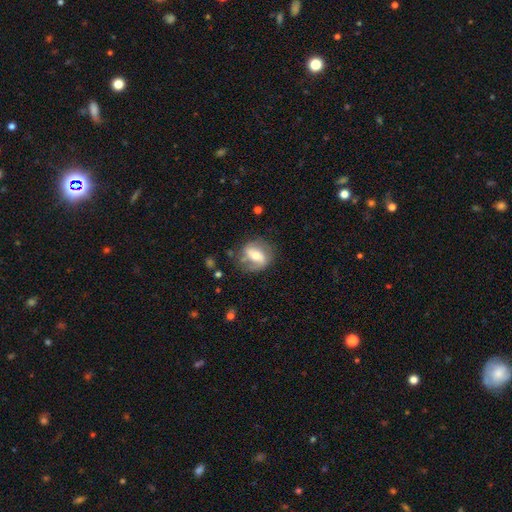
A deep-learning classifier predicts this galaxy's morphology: Smooth or featured? featured or disk (58%)
Edge-on disk? no (91%)
Bar? strong (44%)
Spiral arms? yes (62%)
Bulge size? moderate (65%)
Merging? none (72%)